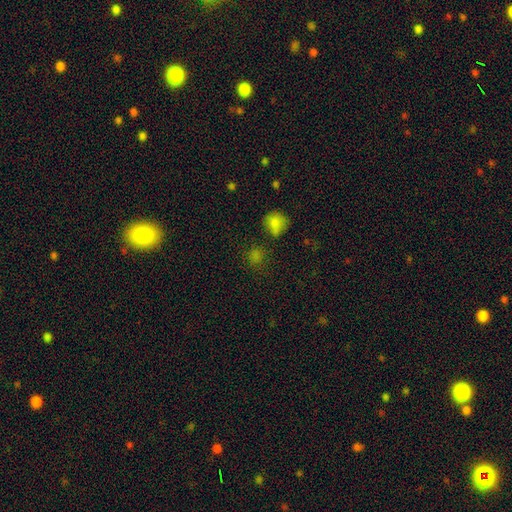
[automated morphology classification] Smooth or featured?
  - smooth: 59% *
  - star or artifact: 33%
  - featured or disk: 8%
How rounded?
  - round: 81% *
  - in between: 17%
  - cigar-shaped: 2%
Merging?
  - none: 75% *
  - minor disturbance: 12%
  - merger: 7%
  - major disturbance: 5%